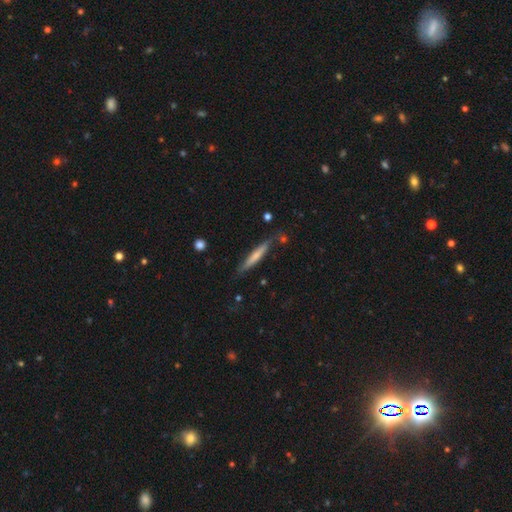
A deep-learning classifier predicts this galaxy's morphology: Smooth or featured? smooth (59%)
How rounded? cigar-shaped (93%)
Merging? none (80%)